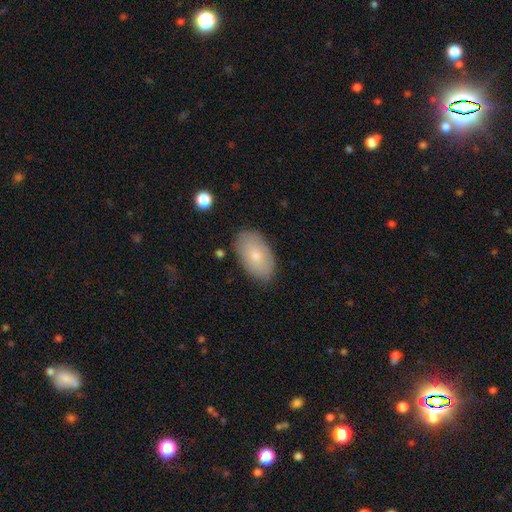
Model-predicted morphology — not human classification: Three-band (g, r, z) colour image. It shows a smooth galaxy with no disk features (75%) that is in between round and cigar-shaped (94%). Merging: none (84%).